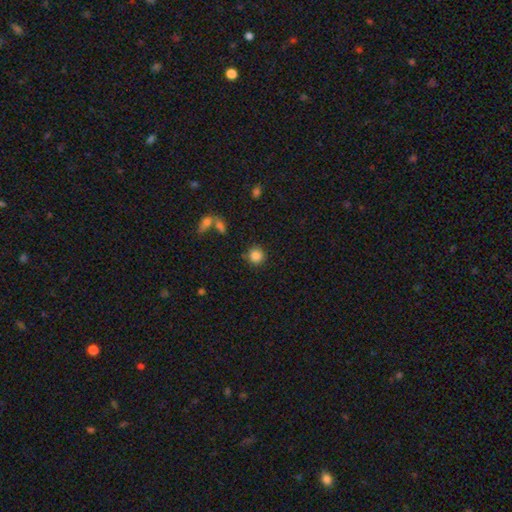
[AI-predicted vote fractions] Smooth or featured? smooth (86%)
How rounded? round (92%)
Merging? none (84%)